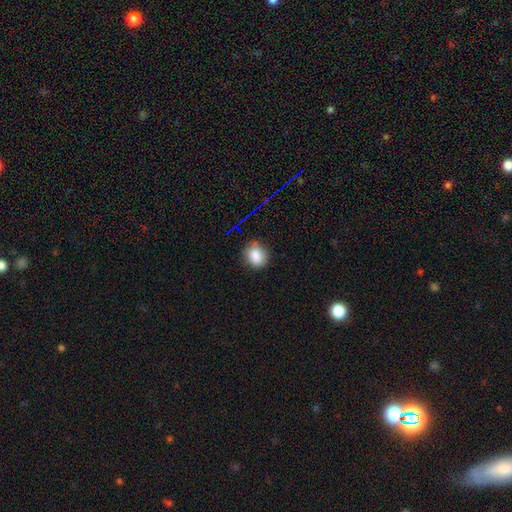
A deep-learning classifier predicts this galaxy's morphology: A smooth galaxy with no disk features (84%) that is round (54%).

Vote fractions:
- Smooth or featured? smooth: 84% / star or artifact: 11% / featured or disk: 6%
- How rounded? round: 54% / in between: 45% / cigar-shaped: 1%
- Merging? none: 78% / minor disturbance: 17% / major disturbance: 3% / merger: 2%